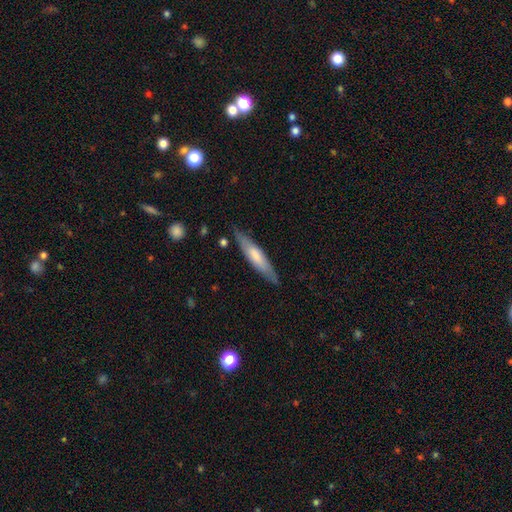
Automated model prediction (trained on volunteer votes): Smooth or featured?
  - smooth: 57% *
  - featured or disk: 38%
  - star or artifact: 5%
How rounded?
  - cigar-shaped: 83% *
  - in between: 16%
  - round: 1%
Merging?
  - none: 82% *
  - minor disturbance: 14%
  - major disturbance: 3%
  - merger: 2%